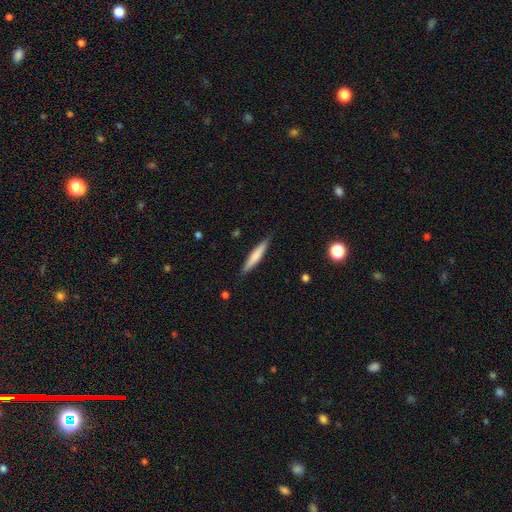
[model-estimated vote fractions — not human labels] Morphology: type=smooth (70%); roundness=cigar-shaped (90%); merging=none (86%).